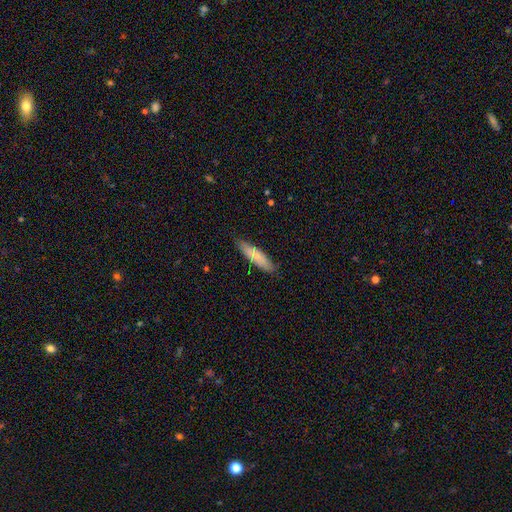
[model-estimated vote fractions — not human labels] smooth-or-featured: smooth: 78% | featured or disk: 16% | star or artifact: 6%
  how-rounded: cigar-shaped: 73% | in between: 26% | round: 1%
  merging: none: 83% | minor disturbance: 14% | major disturbance: 2% | merger: 1%